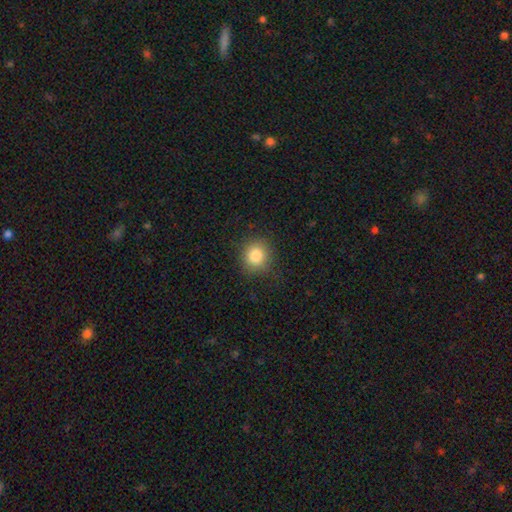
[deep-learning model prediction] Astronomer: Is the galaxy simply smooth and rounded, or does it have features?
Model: smooth — 83%.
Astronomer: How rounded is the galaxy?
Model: round — 87%.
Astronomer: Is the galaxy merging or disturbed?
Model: none — 87%.